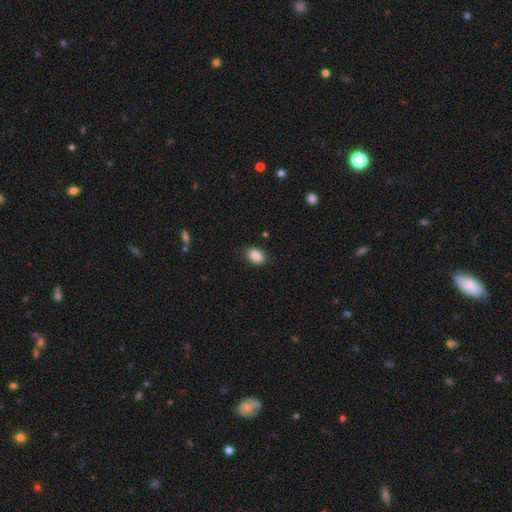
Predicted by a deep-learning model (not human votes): Smooth or featured? Predicted: smooth (p=0.88). How rounded? Predicted: in between (p=0.85). Merging? Predicted: none (p=0.86).